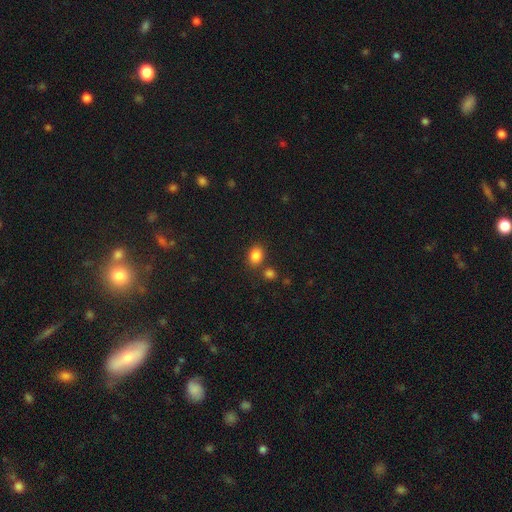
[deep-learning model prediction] A smooth galaxy with no disk features (85%) that is in between round and cigar-shaped (60%). Merging: none (74%).